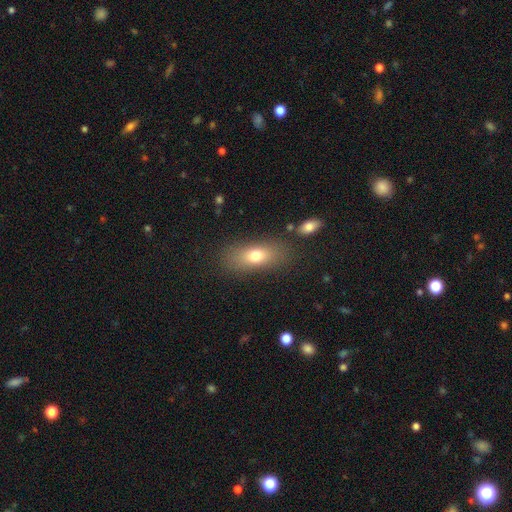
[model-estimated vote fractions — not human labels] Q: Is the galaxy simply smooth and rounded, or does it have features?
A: smooth — 73%.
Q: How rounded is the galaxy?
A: in between — 77%.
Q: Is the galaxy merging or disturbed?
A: none — 80%.